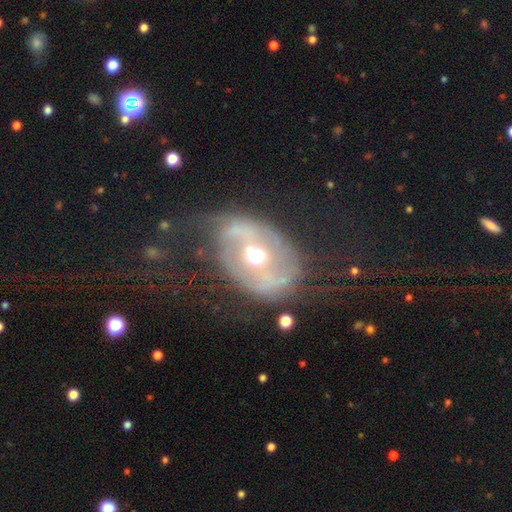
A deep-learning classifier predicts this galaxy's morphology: smooth-or-featured: featured or disk: 77% | smooth: 16% | star or artifact: 7%
  disk-edge-on: no: 95% | yes: 5%
    bar: weak: 36% | strong: 34% | no: 30%
    has-spiral-arms: yes: 62% | no: 38%
    bulge-size: moderate: 72% | small: 18% | large: 8% | dominant: 1% | none: 1%
  merging: none: 53% | major disturbance: 23% | minor disturbance: 21% | merger: 3%